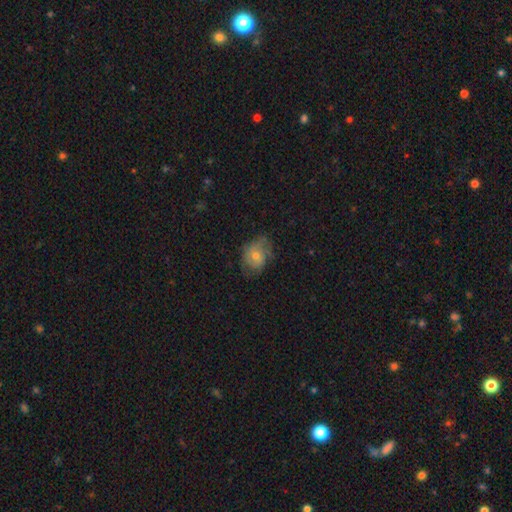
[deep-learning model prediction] Q: Smooth or featured?
A: smooth (47%); runner-up: featured or disk (43%)
Q: Merging?
A: none (56%); runner-up: minor disturbance (29%)